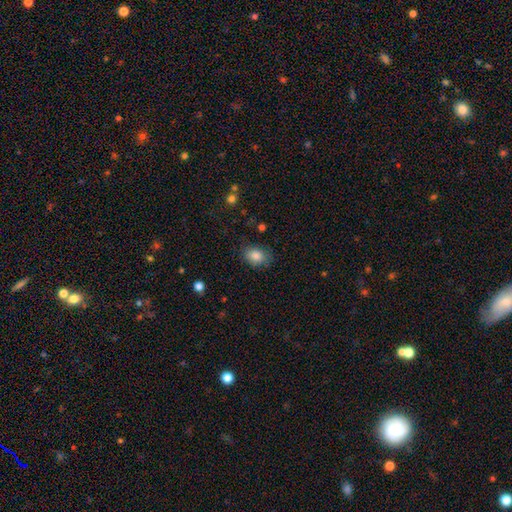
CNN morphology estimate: A smooth galaxy with no disk features (84%) that is in between round and cigar-shaped (76%). Merging: none (80%).